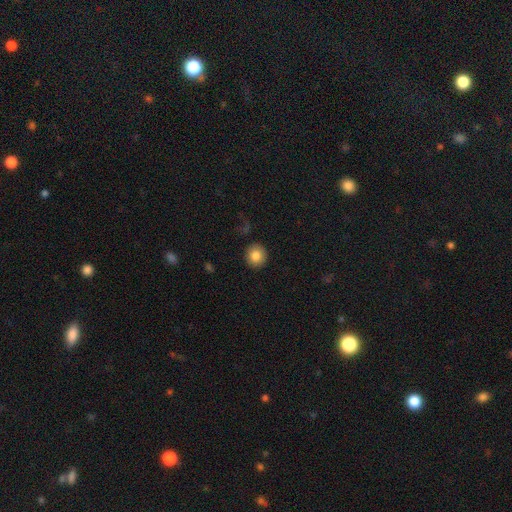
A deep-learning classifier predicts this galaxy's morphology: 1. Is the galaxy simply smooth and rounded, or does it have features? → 85% smooth, 9% star or artifact, 7% featured or disk.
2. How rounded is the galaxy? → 91% round, 8% in between, 1% cigar-shaped.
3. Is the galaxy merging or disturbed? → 91% none, 6% minor disturbance, 2% major disturbance, 1% merger.